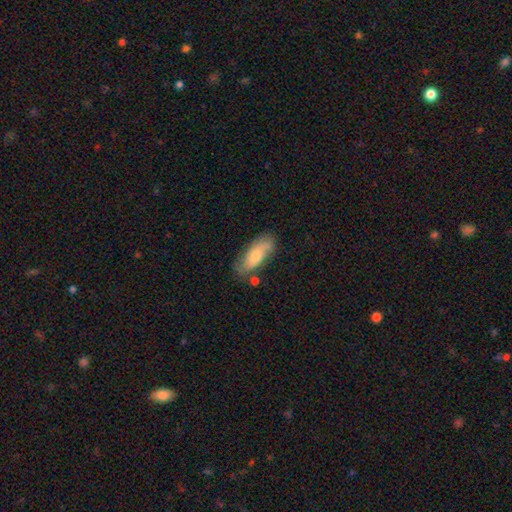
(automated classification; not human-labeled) A smooth galaxy with no disk features (64%) that is in between round and cigar-shaped (75%). Merging: none (66%).